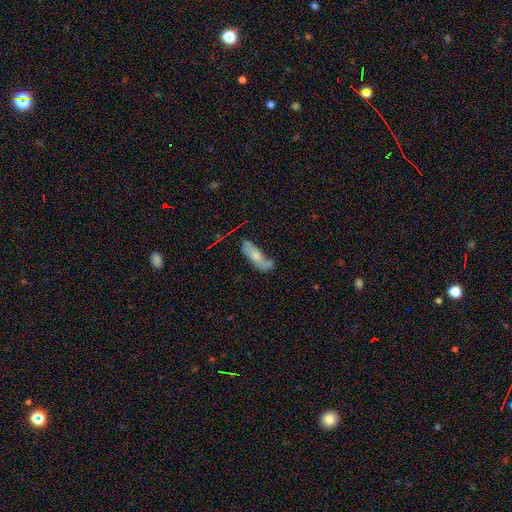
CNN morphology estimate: Q: Smooth or featured?
A: smooth (60%); runner-up: featured or disk (32%)
Q: How rounded?
A: in between (53%); runner-up: cigar-shaped (45%)
Q: Merging?
A: none (44%); runner-up: minor disturbance (26%)